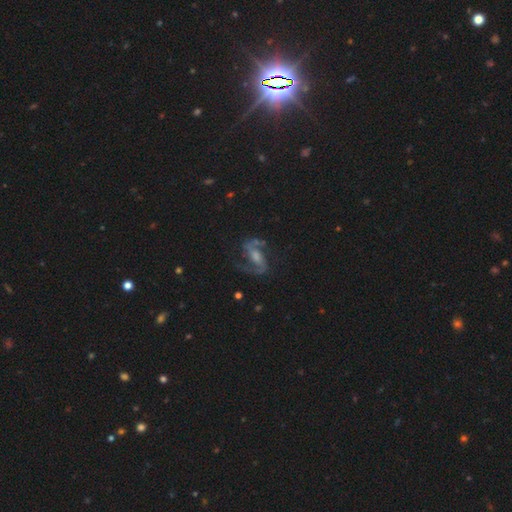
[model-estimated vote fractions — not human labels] A featured or disk galaxy (84%) with a weak bar (44%), 2 (91%) medium (51%) spiral arms (96%) and a moderate central bulge (41%). Merging: none (67%).